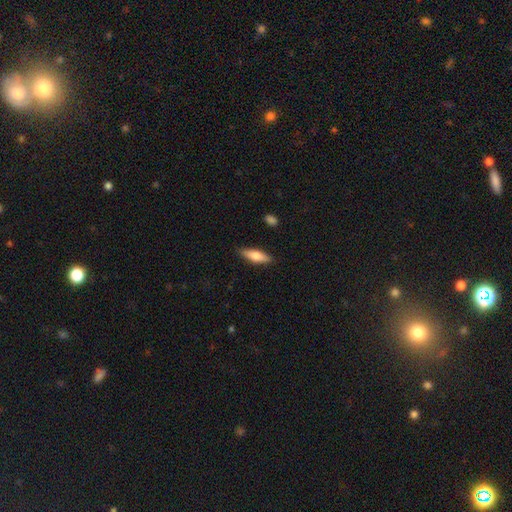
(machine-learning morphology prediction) Q: Smooth or featured?
A: smooth (70%); runner-up: featured or disk (24%)
Q: How rounded?
A: in between (49%); tied with: cigar-shaped (49%)
Q: Merging?
A: none (86%); runner-up: minor disturbance (11%)